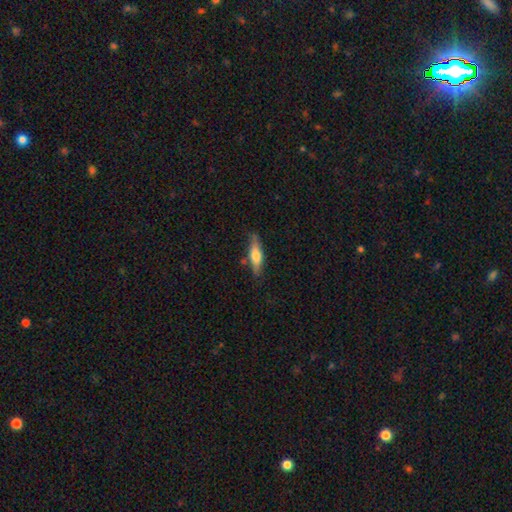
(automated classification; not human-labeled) Smooth or featured: smooth — 55% (featured or disk — 39%)
How rounded: cigar-shaped — 65% (in between — 33%)
Merging: none — 76% (minor disturbance — 17%)